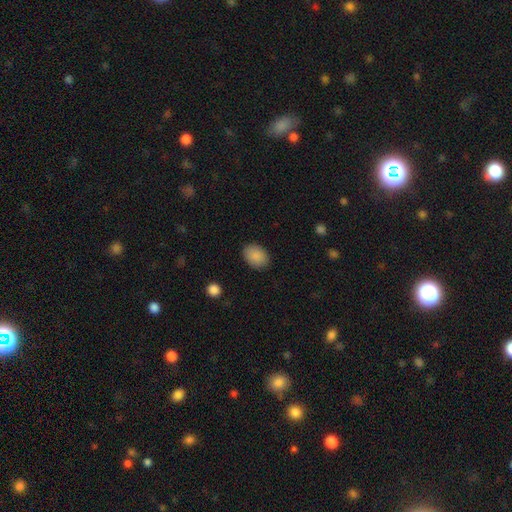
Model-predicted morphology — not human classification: A smooth galaxy with no disk features (89%) that is in between round and cigar-shaped (73%).

Vote fractions:
- Smooth or featured? smooth: 89% / star or artifact: 7% / featured or disk: 4%
- How rounded? in between: 73% / round: 26% / cigar-shaped: 1%
- Merging? none: 86% / minor disturbance: 10% / major disturbance: 3% / merger: 1%